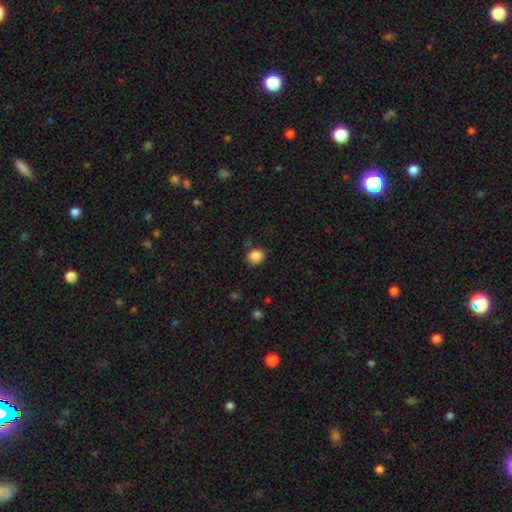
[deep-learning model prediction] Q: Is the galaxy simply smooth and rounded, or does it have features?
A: smooth — 86%.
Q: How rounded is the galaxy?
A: round — 72%.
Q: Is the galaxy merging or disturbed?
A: none — 81%.